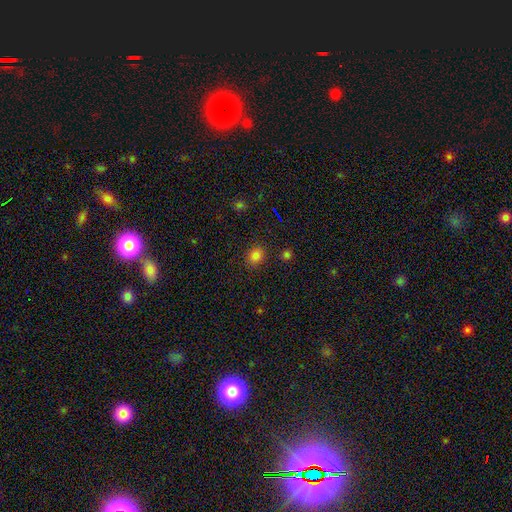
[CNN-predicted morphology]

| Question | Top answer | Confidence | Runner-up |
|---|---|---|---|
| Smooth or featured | smooth | 80% | star or artifact (16%) |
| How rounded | round | 54% | in between (45%) |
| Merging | none | 85% | minor disturbance (9%) |